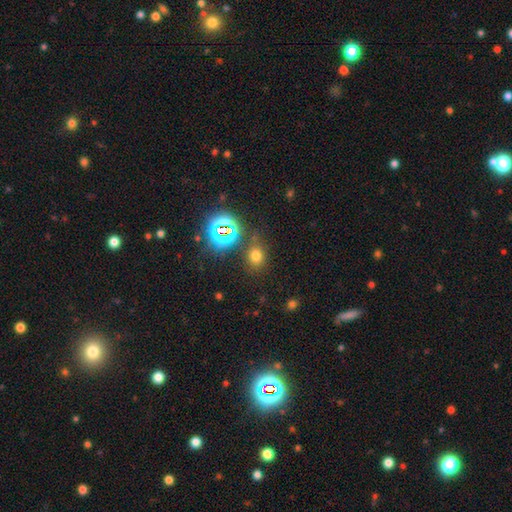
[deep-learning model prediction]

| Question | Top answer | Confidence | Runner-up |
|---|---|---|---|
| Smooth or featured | smooth | 65% | star or artifact (28%) |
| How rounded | round | 59% | in between (40%) |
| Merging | none | 77% | minor disturbance (12%) |